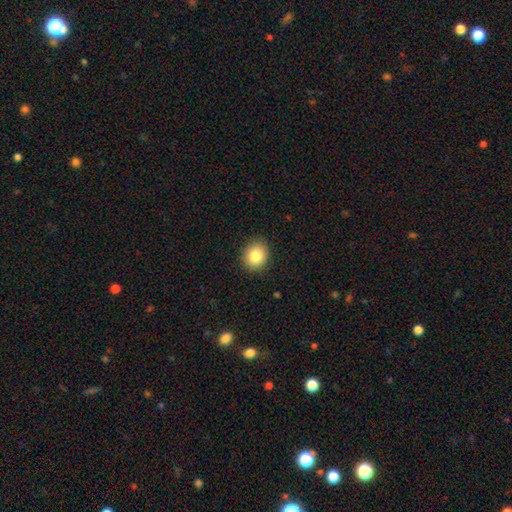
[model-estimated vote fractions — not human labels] Smooth or featured: smooth — 85% (star or artifact — 9%)
How rounded: round — 70% (in between — 29%)
Merging: none — 89% (minor disturbance — 8%)